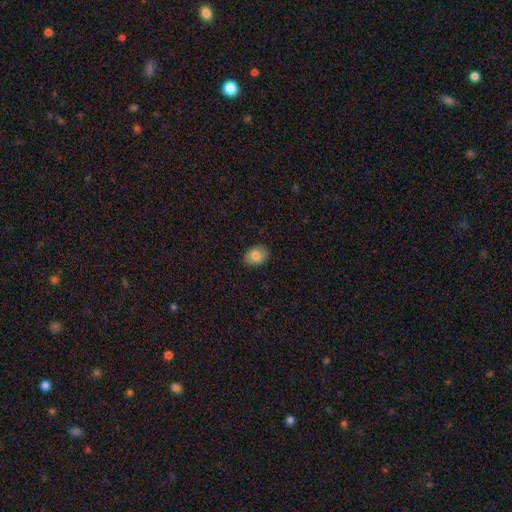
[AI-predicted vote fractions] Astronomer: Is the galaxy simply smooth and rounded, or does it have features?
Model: smooth — 82%.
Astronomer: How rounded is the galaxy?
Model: in between — 64%.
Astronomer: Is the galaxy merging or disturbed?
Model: none — 88%.